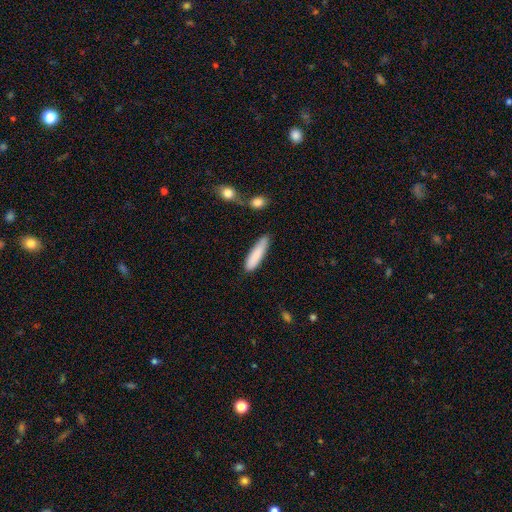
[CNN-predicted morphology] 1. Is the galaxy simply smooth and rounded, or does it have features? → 84% smooth, 10% featured or disk, 6% star or artifact.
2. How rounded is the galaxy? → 77% cigar-shaped, 22% in between, 1% round.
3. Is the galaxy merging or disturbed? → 75% none, 18% minor disturbance, 4% major disturbance, 3% merger.